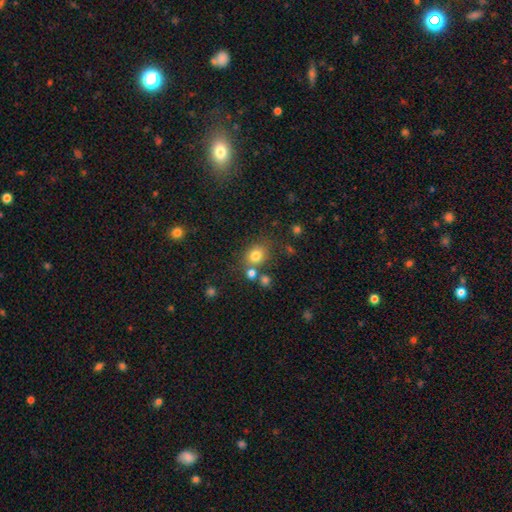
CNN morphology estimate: Smooth or featured? Predicted: smooth (p=0.78). How rounded? Predicted: round (p=0.71). Merging? Predicted: none (p=0.67).